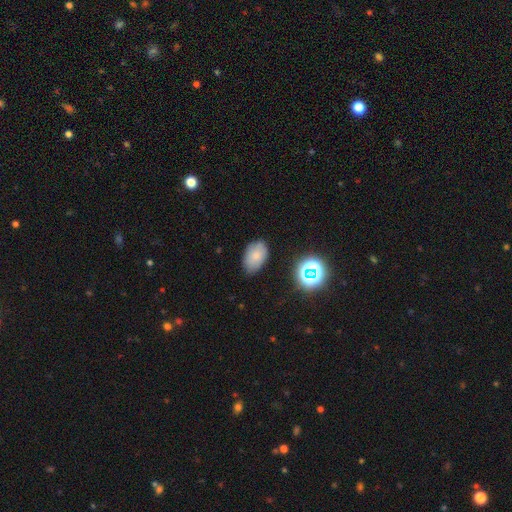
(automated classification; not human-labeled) Q: Smooth or featured?
A: smooth (77%); runner-up: star or artifact (12%)
Q: How rounded?
A: in between (89%); runner-up: round (9%)
Q: Merging?
A: none (78%); runner-up: minor disturbance (17%)